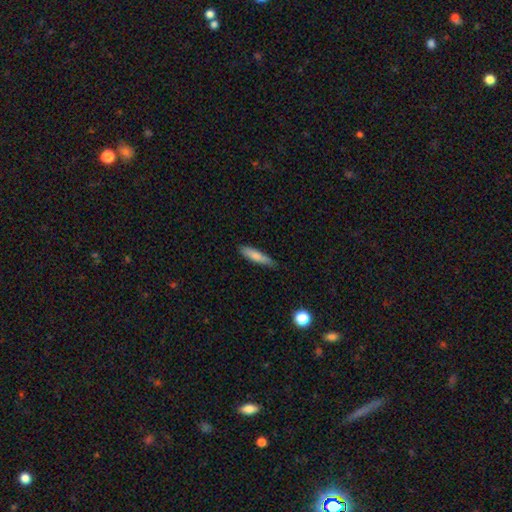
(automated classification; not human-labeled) Smooth or featured? smooth (79%)
How rounded? cigar-shaped (80%)
Merging? none (80%)